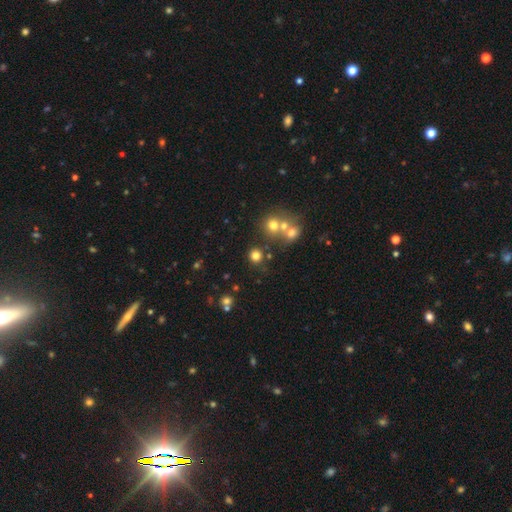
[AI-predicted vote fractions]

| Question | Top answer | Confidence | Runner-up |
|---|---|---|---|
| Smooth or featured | smooth | 76% | star or artifact (17%) |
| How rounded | round | 90% | in between (9%) |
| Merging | none | 78% | merger (11%) |